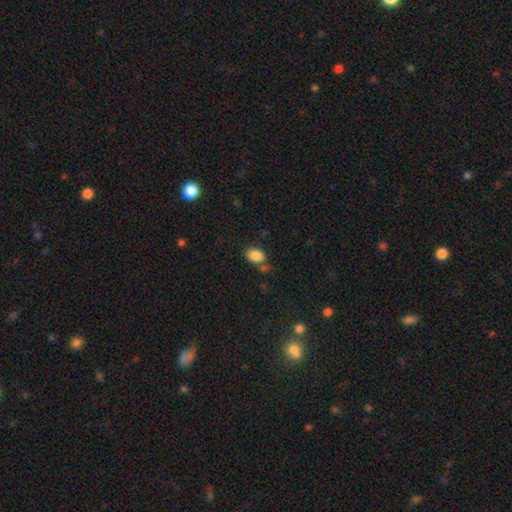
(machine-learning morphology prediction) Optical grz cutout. It shows a smooth galaxy with no disk features (86%) that is in between round and cigar-shaped (79%). Merging: none (65%).